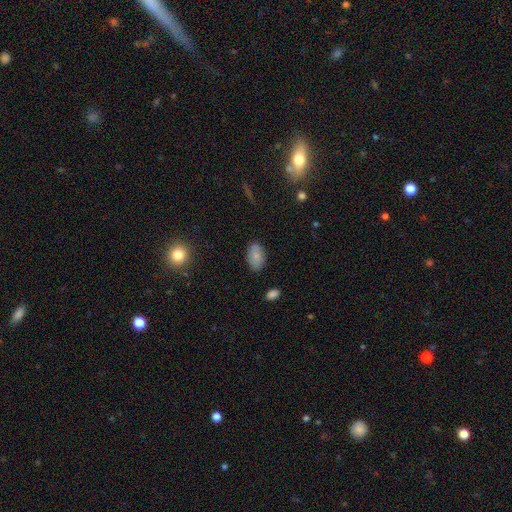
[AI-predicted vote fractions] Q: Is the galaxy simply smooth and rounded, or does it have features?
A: smooth — 81%.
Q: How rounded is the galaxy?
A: in between — 93%.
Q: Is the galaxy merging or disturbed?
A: none — 84%.